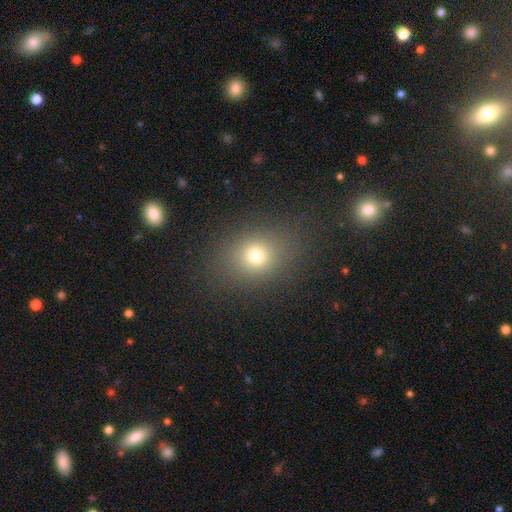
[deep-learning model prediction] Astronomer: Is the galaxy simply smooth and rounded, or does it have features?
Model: smooth — 74%.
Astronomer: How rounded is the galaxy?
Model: round — 50% (runner-up: in between, 49%).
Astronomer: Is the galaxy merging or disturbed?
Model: none — 83%.